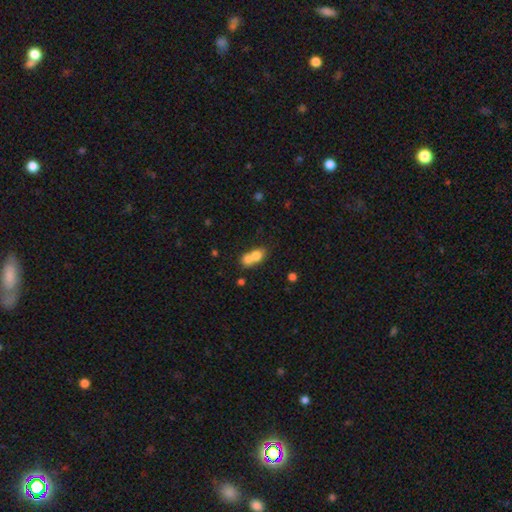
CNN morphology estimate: type=smooth (72%); roundness=round (50%); merging=merger (70%).